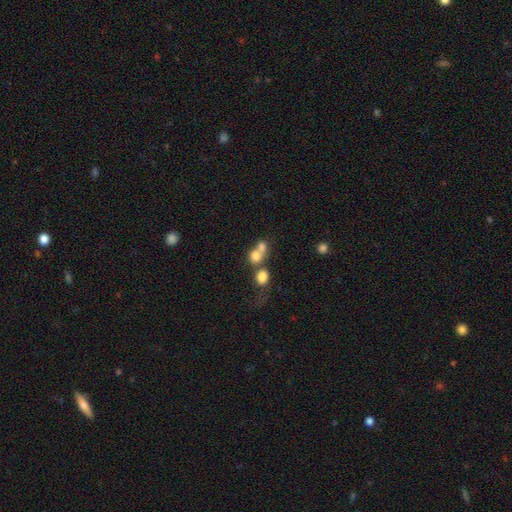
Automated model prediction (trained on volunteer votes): smooth_or_featured: smooth (p=0.73) [alt: featured or disk p=0.15]
how_rounded: round (p=0.74) [alt: in between p=0.24]
merging: merger (p=0.61) [alt: none p=0.27]